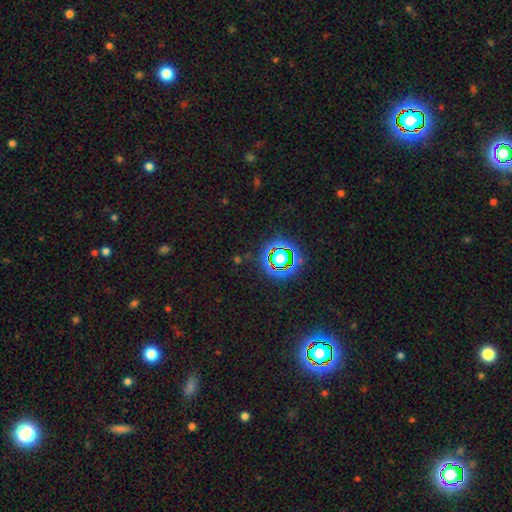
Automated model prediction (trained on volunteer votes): This appears to be a star or artifact, not a galaxy (79%).